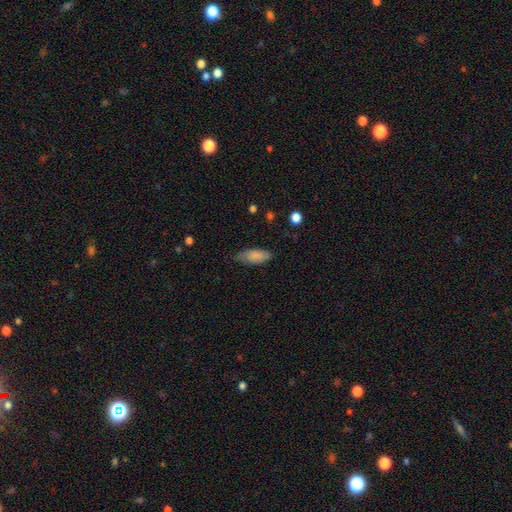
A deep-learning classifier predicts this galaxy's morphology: Smooth or featured? Predicted: smooth (p=0.83). How rounded? Predicted: in between (p=0.81). Merging? Predicted: none (p=0.68).